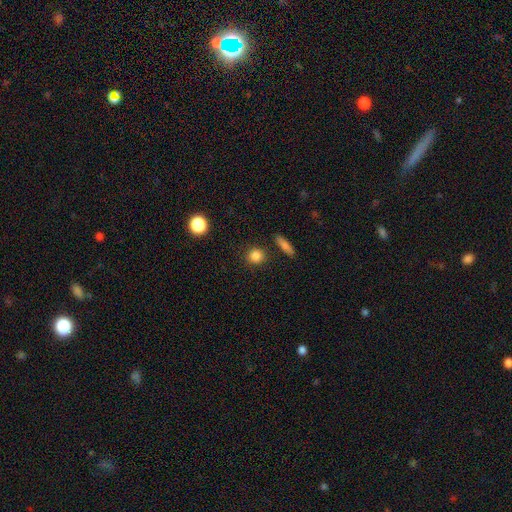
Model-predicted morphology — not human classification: The model was most divided on "smooth or featured": smooth: 84%, star or artifact: 11%, featured or disk: 5%. More confident: how rounded — round (89%); merging — none (88%).